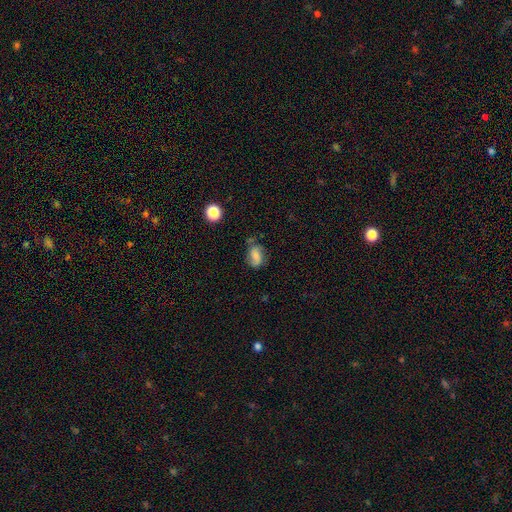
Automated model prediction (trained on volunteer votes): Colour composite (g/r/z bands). It shows a smooth galaxy with no disk features (52%) that is in between round and cigar-shaped (78%). Merging: none (59%).